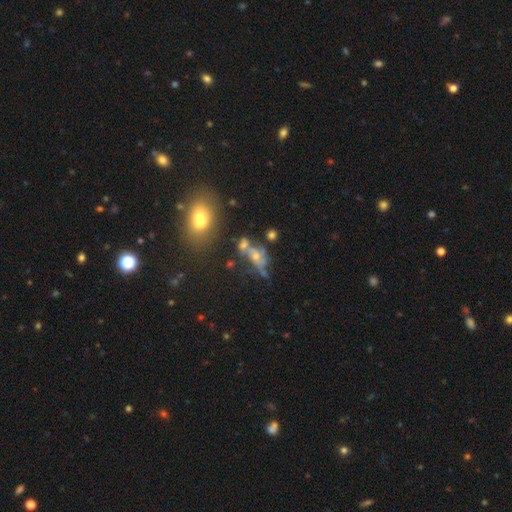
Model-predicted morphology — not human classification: featured or disk 46%, smooth 30%, star or artifact 24%. Down the decision tree: merging — none (37%).